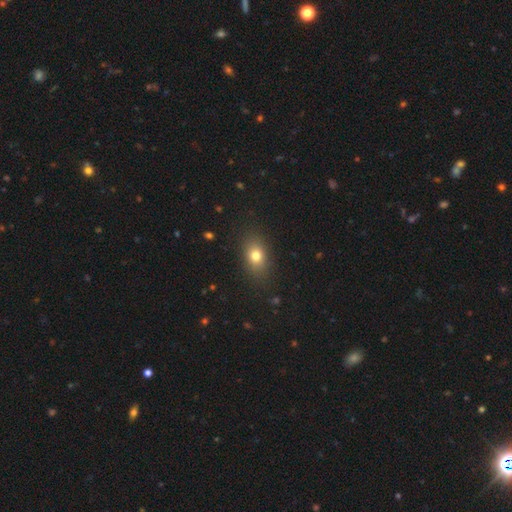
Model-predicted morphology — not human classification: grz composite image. It shows a smooth galaxy with no disk features (76%) that is in between round and cigar-shaped (68%). Merging: none (86%).